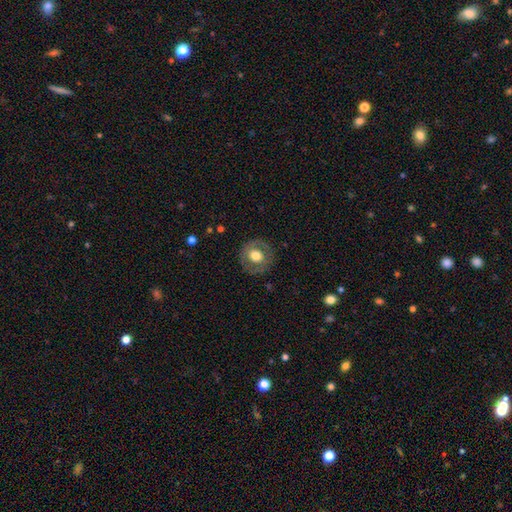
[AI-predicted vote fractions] This is possibly a smooth galaxy (53%). How rounded: clearly round (88%). Merging: clearly none (82%).